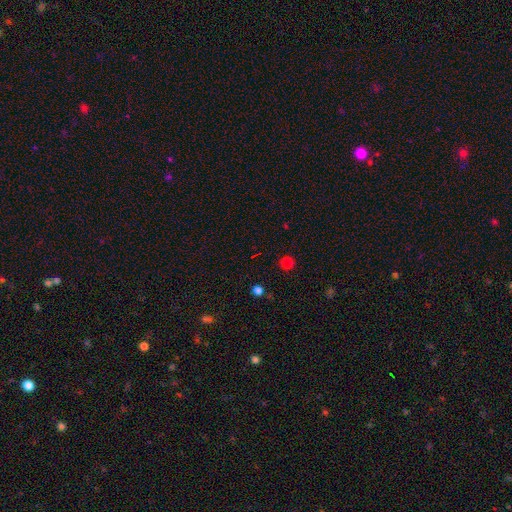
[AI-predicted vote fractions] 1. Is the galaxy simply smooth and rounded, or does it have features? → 53% star or artifact, 40% smooth, 7% featured or disk.